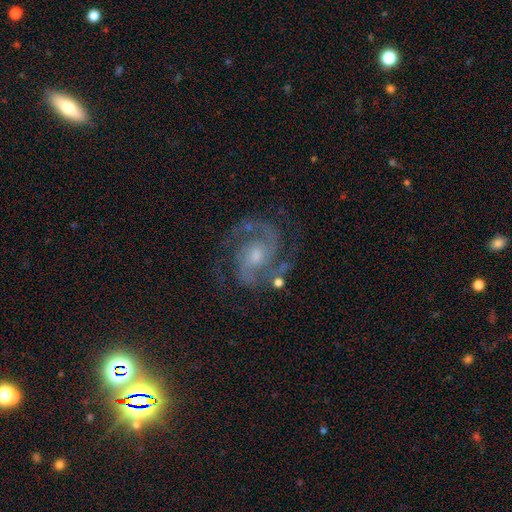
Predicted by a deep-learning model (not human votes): This appears to be a featured or disk galaxy (91%) with no bar (49%), 2 (86%) medium (56%) spiral arms (98%) and a small central bulge (47%). Merging: none (74%).